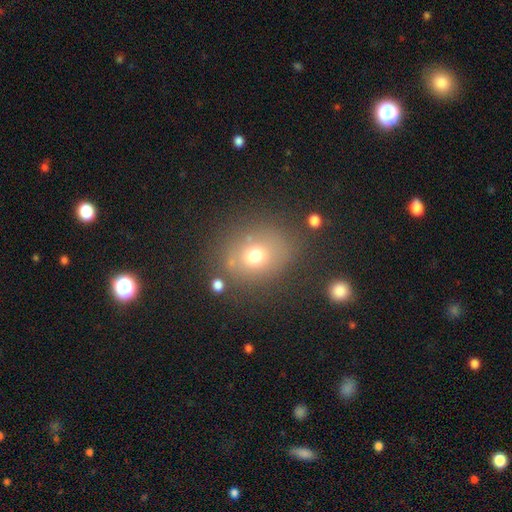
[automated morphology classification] Smooth or featured? smooth (66%)
How rounded? round (61%)
Merging? none (74%)